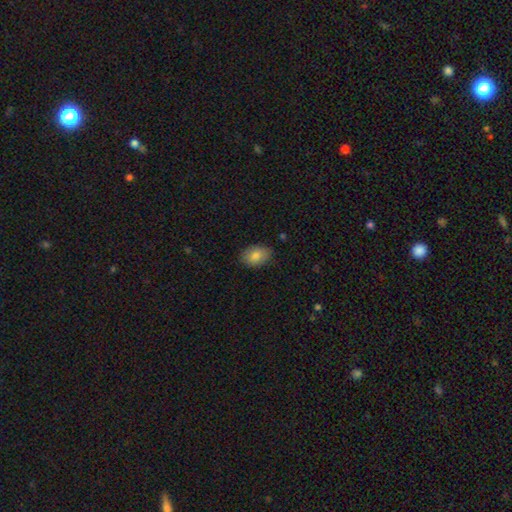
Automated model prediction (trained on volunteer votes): Smooth or featured? smooth (83%)
How rounded? in between (84%)
Merging? none (86%)